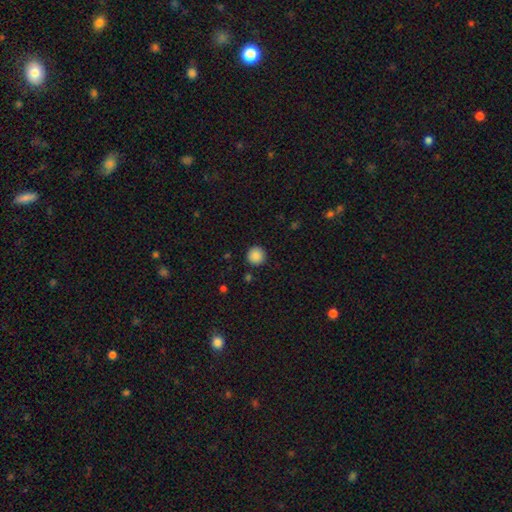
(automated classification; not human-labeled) smooth 88%, star or artifact 9%, featured or disk 3%. Down the decision tree: how rounded — round (95%); merging — none (91%).